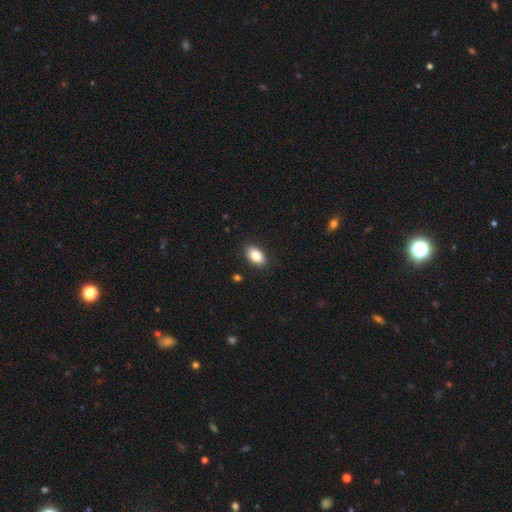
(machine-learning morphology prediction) smooth-or-featured: smooth: 84% | featured or disk: 9% | star or artifact: 8%
  how-rounded: in between: 92% | round: 6% | cigar-shaped: 2%
  merging: none: 89% | minor disturbance: 8% | major disturbance: 2% | merger: 1%